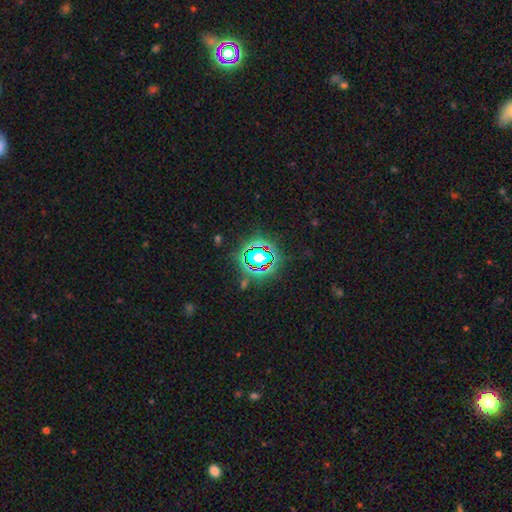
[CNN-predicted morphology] Overall: star or artifact (68%).